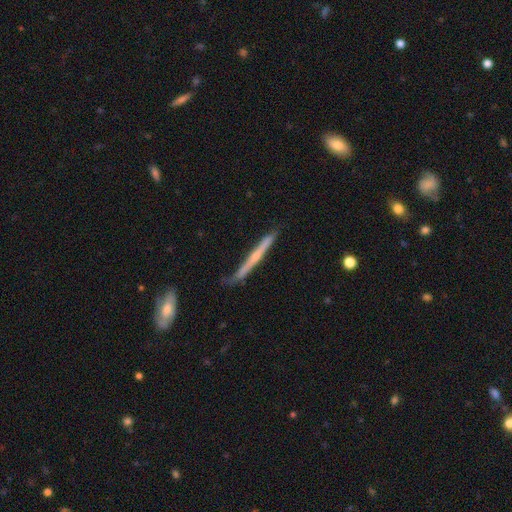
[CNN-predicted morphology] The model was most divided on "edge-on bulge": rounded: 48%, none: 46%, boxy: 6%. More confident: edge-on disk — yes (96%); merging — none (72%); smooth or featured — featured or disk (63%).